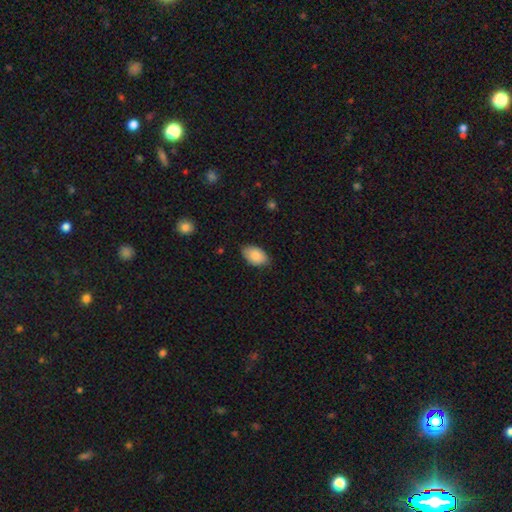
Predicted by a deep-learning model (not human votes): Smooth or featured? smooth (86%)
How rounded? in between (91%)
Merging? none (76%)